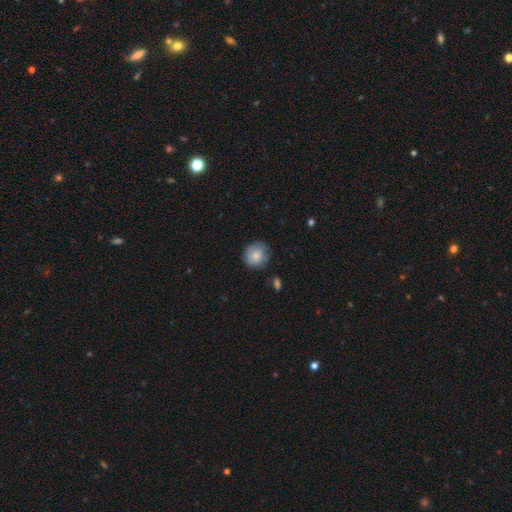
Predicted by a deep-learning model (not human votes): The model was most divided on "merging": none: 73%, minor disturbance: 21%, major disturbance: 5%, merger: 2%. More confident: how rounded — round (88%); smooth or featured — smooth (76%).